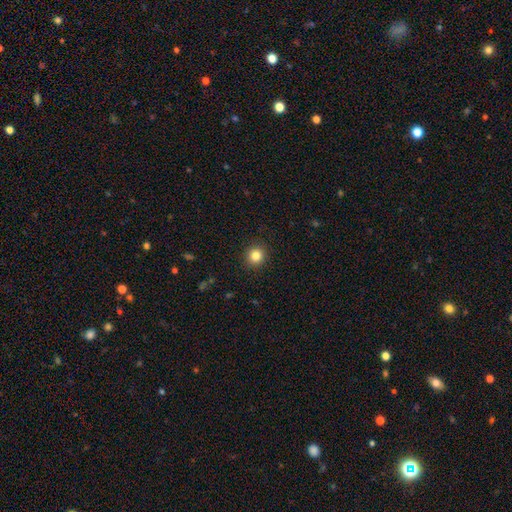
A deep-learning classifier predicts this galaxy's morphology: smooth-or-featured: smooth: 83% | star or artifact: 12% | featured or disk: 6%
  how-rounded: round: 91% | in between: 9% | cigar-shaped: 1%
  merging: none: 92% | minor disturbance: 6% | major disturbance: 2% | merger: 1%